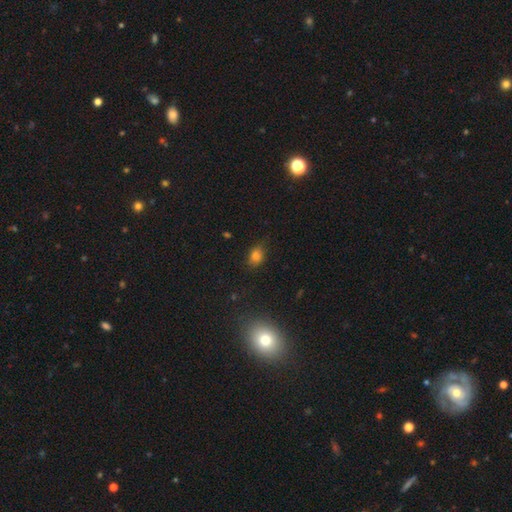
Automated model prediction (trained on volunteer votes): Smooth or featured?
  - smooth: 77% *
  - star or artifact: 16%
  - featured or disk: 7%
How rounded?
  - in between: 65% *
  - round: 33%
  - cigar-shaped: 2%
Merging?
  - none: 73% *
  - minor disturbance: 21%
  - major disturbance: 5%
  - merger: 2%